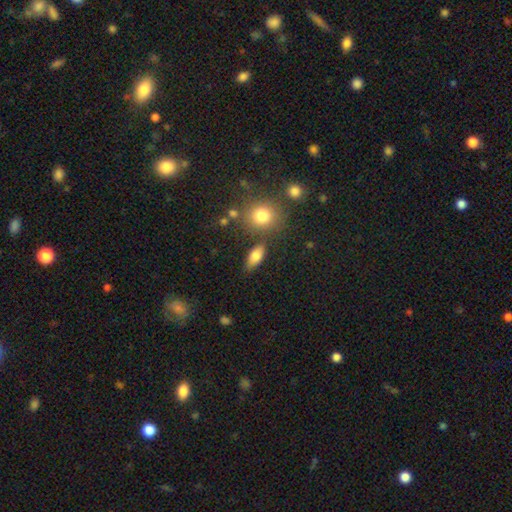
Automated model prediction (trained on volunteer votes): Smooth or featured? smooth (80%)
How rounded? in between (82%)
Merging? none (77%)